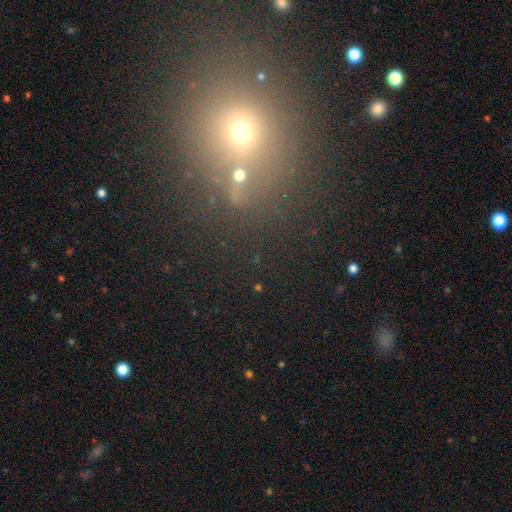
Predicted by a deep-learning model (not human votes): This appears to be a star or artifact, not a galaxy (51%).